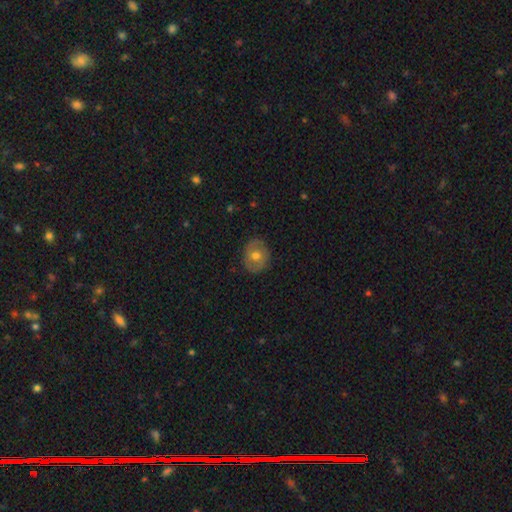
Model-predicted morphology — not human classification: Smooth or featured? smooth (59%)
How rounded? round (63%)
Merging? none (84%)